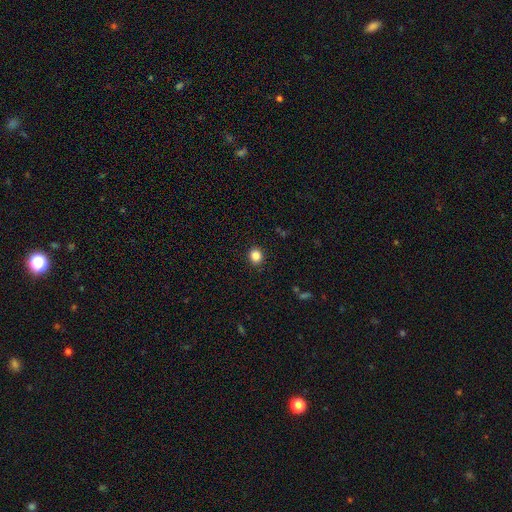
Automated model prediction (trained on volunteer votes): A smooth galaxy with no disk features (84%) that is round (81%). Merging: none (92%).